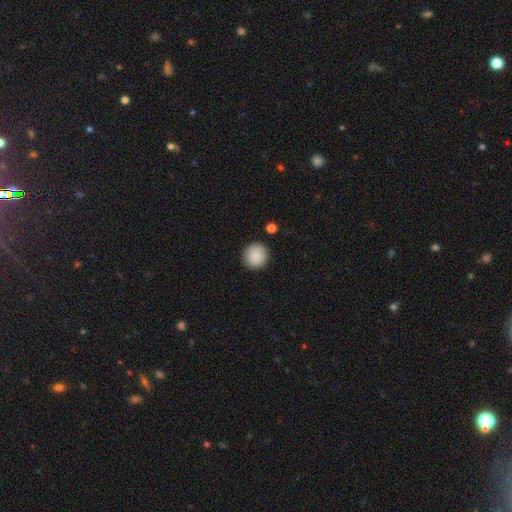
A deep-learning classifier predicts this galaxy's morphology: The model was most divided on "smooth or featured": smooth: 89%, star or artifact: 7%, featured or disk: 4%. More confident: how rounded — round (94%); merging — none (91%).